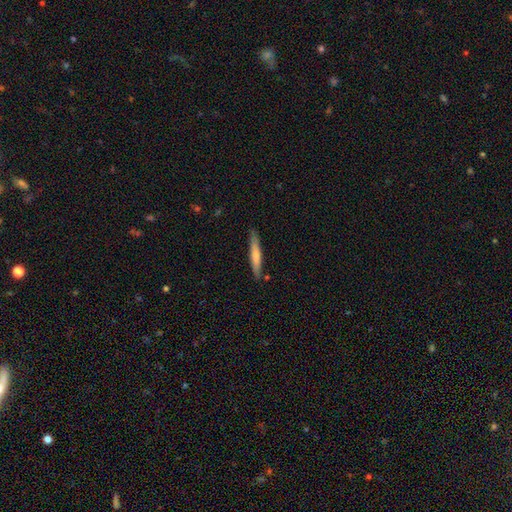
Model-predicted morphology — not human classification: smooth 64%, featured or disk 31%, star or artifact 5%. Down the decision tree: how rounded — cigar-shaped (93%); merging — none (86%).